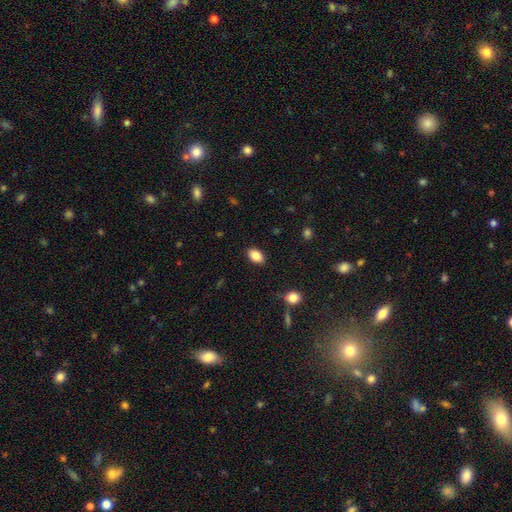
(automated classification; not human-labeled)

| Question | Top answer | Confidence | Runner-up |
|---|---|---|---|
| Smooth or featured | smooth | 88% | star or artifact (8%) |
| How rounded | in between | 89% | round (9%) |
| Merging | none | 87% | minor disturbance (9%) |